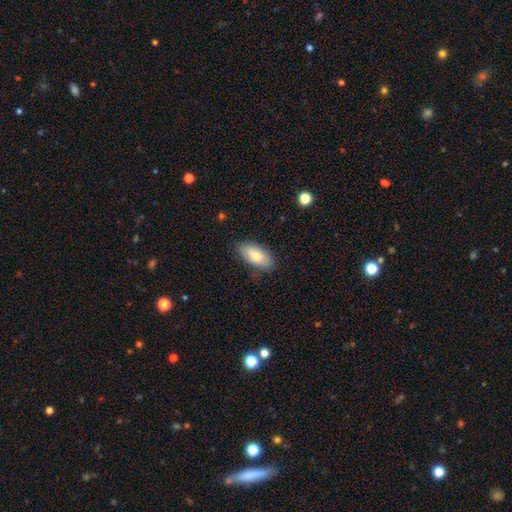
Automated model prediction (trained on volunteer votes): Smooth or featured?
  - smooth: 80% *
  - featured or disk: 14%
  - star or artifact: 6%
How rounded?
  - in between: 90% *
  - cigar-shaped: 8%
  - round: 2%
Merging?
  - none: 82% *
  - minor disturbance: 14%
  - major disturbance: 3%
  - merger: 1%